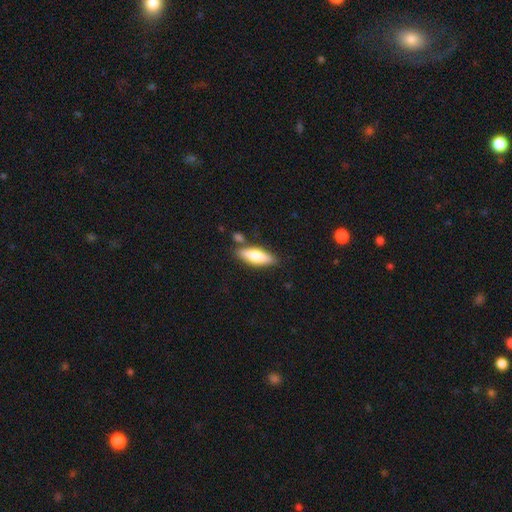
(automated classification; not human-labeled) A smooth galaxy with no disk features (68%) that is in between round and cigar-shaped (57%). Merging: none (75%).